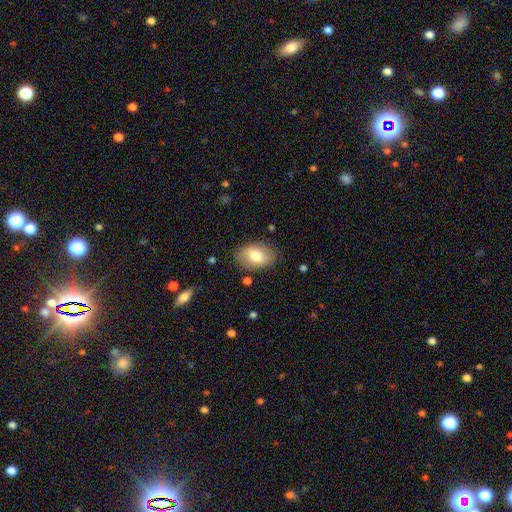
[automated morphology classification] smooth 74%, featured or disk 19%, star or artifact 7%. Down the decision tree: how rounded — in between (87%); merging — none (81%).